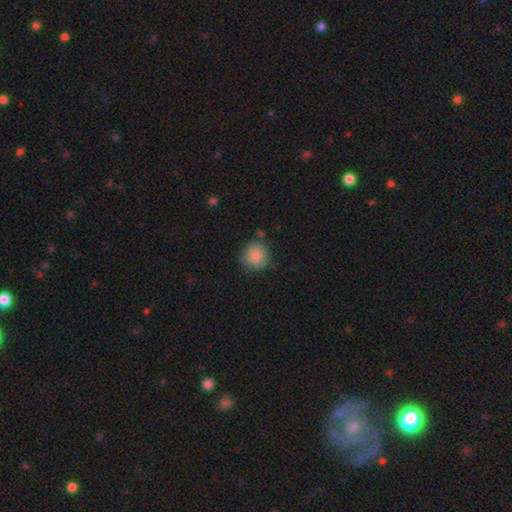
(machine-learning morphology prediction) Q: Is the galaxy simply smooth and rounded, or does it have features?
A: smooth — 86%.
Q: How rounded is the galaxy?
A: round — 91%.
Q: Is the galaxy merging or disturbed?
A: none — 80%.